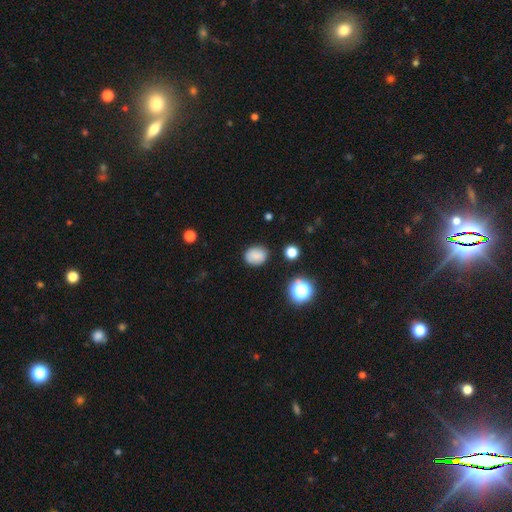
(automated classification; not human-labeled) smooth-or-featured: smooth: 82% | star or artifact: 12% | featured or disk: 6%
  how-rounded: in between: 53% | round: 46% | cigar-shaped: 1%
  merging: none: 82% | minor disturbance: 13% | major disturbance: 3% | merger: 2%